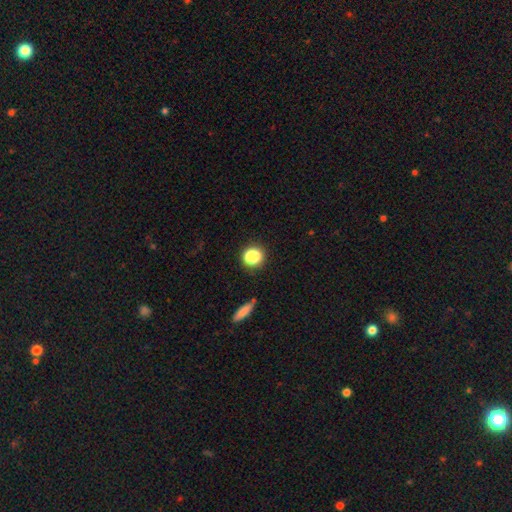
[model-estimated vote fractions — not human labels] Overall: smooth (77%). How rounded: round (82%). Merging: none (81%).